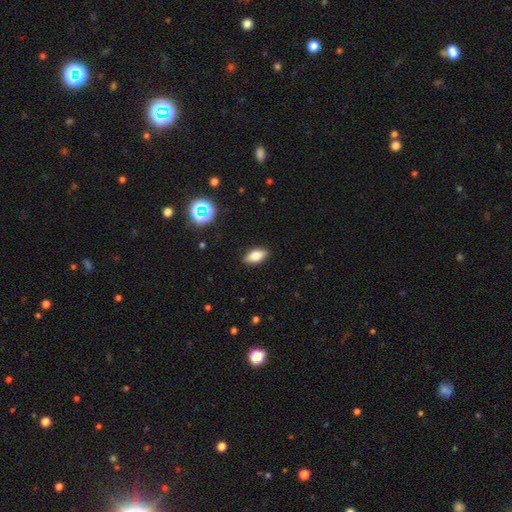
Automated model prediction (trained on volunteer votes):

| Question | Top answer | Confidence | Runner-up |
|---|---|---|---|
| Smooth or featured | smooth | 75% | featured or disk (16%) |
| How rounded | in between | 87% | cigar-shaped (10%) |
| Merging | none | 88% | minor disturbance (9%) |